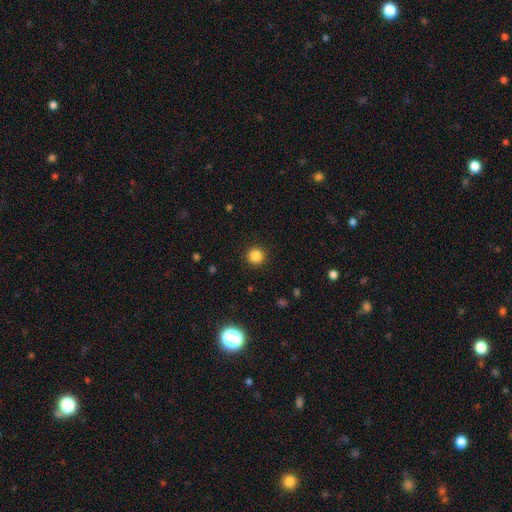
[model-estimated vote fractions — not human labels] smooth-or-featured: smooth: 84% | star or artifact: 12% | featured or disk: 4%
  how-rounded: round: 95% | in between: 4% | cigar-shaped: 1%
  merging: none: 92% | minor disturbance: 5% | major disturbance: 2% | merger: 1%